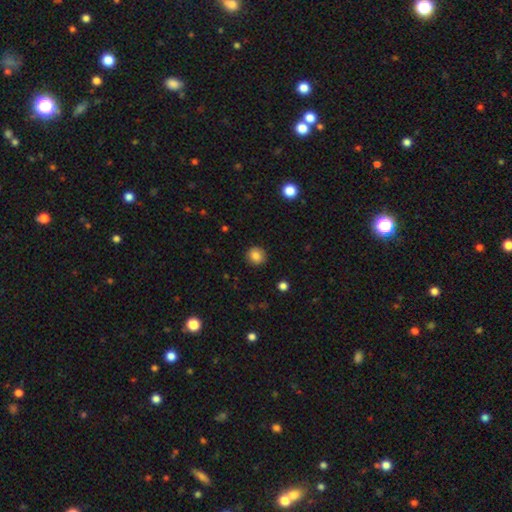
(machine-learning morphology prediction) type=smooth (84%); roundness=round (89%); merging=none (90%).